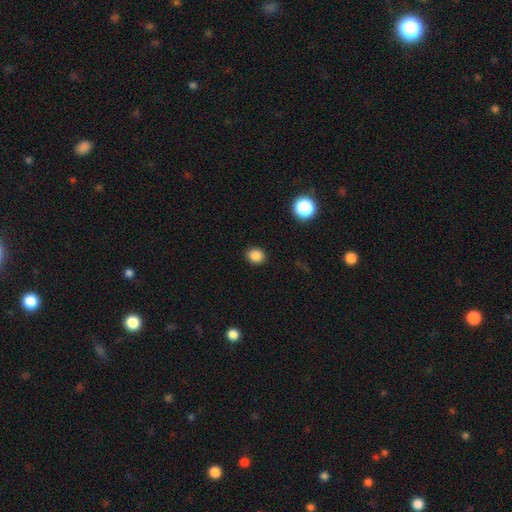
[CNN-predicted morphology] Smooth or featured? smooth (85%)
How rounded? round (69%)
Merging? none (90%)